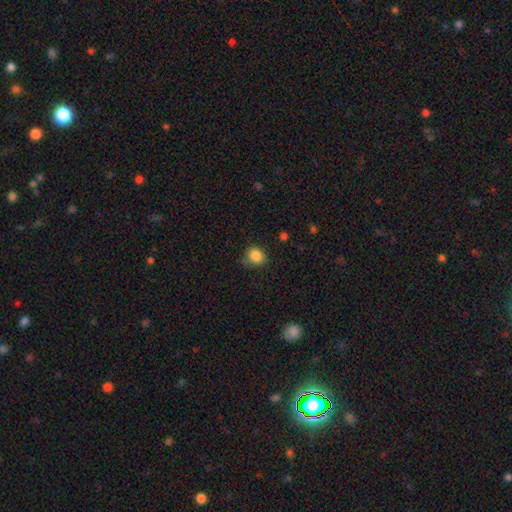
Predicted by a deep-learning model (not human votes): smooth 85%, star or artifact 11%, featured or disk 4%. Down the decision tree: how rounded — round (72%); merging — none (74%).